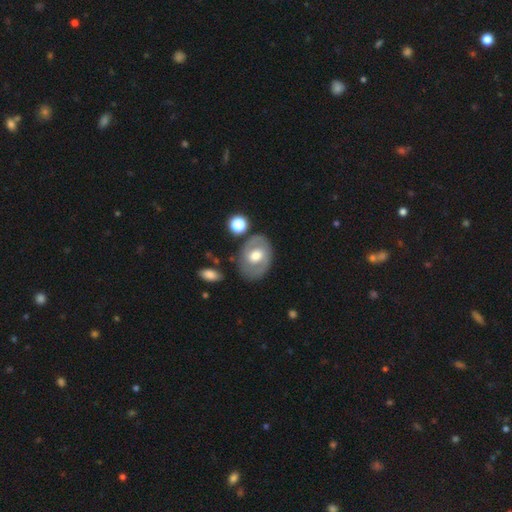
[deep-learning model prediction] Smooth or featured: featured or disk — 53% (smooth — 40%)
Edge-on disk: no — 93% (yes — 7%)
Merging: none — 74% (minor disturbance — 15%)